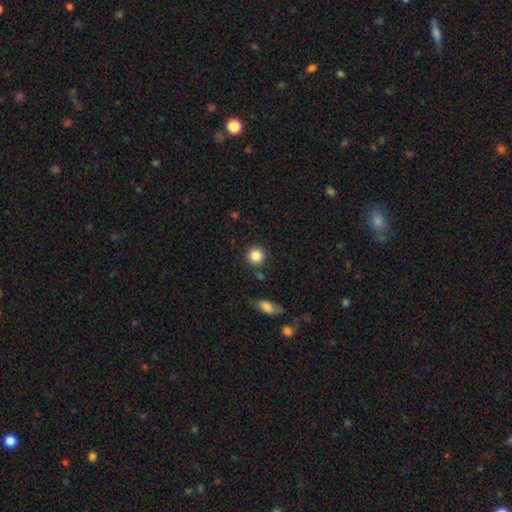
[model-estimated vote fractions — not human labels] Smooth or featured? smooth (86%)
How rounded? round (92%)
Merging? none (86%)